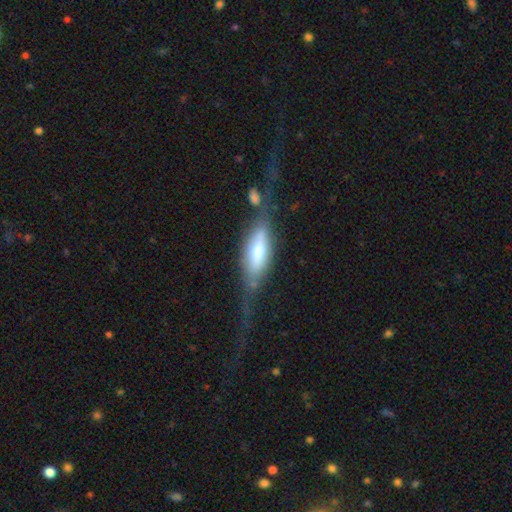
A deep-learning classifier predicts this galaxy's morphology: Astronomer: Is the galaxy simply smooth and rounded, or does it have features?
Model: smooth — 55% (runner-up: featured or disk, 38%).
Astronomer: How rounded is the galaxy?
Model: in between — 52% (runner-up: cigar-shaped, 46%).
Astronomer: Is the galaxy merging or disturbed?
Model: none — 48% (runner-up: minor disturbance, 24%).